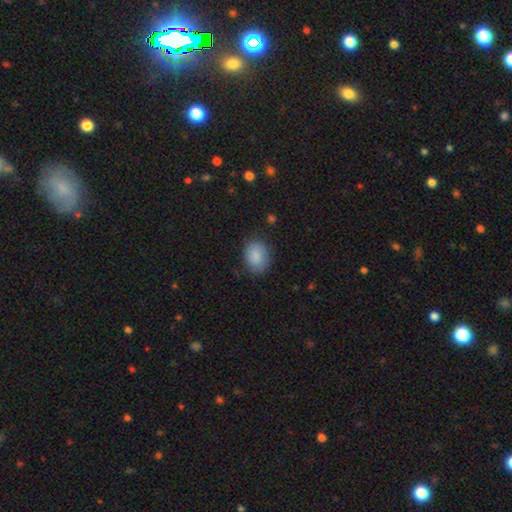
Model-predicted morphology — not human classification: Smooth or featured?
  - smooth: 88% *
  - star or artifact: 7%
  - featured or disk: 5%
How rounded?
  - in between: 60% *
  - round: 39%
  - cigar-shaped: 1%
Merging?
  - none: 79% *
  - minor disturbance: 16%
  - major disturbance: 4%
  - merger: 1%